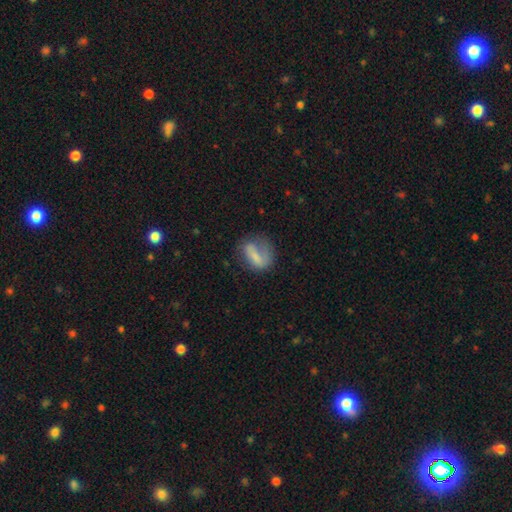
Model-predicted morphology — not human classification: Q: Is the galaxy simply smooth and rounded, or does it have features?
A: smooth — 58%.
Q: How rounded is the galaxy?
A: in between — 64%.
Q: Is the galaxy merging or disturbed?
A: none — 44%.